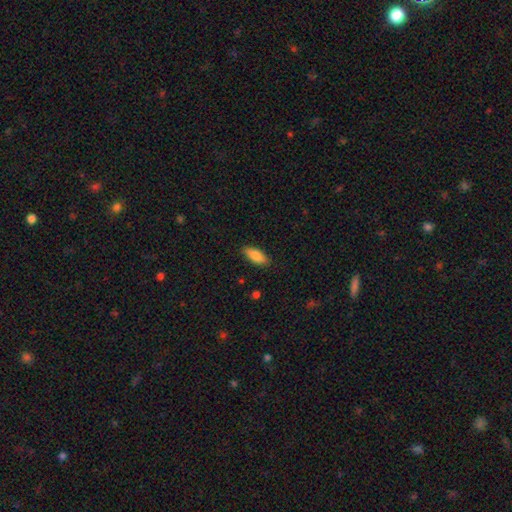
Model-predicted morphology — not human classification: Q: Smooth or featured?
A: smooth (85%); runner-up: featured or disk (9%)
Q: How rounded?
A: in between (79%); runner-up: cigar-shaped (19%)
Q: Merging?
A: none (87%); runner-up: minor disturbance (10%)